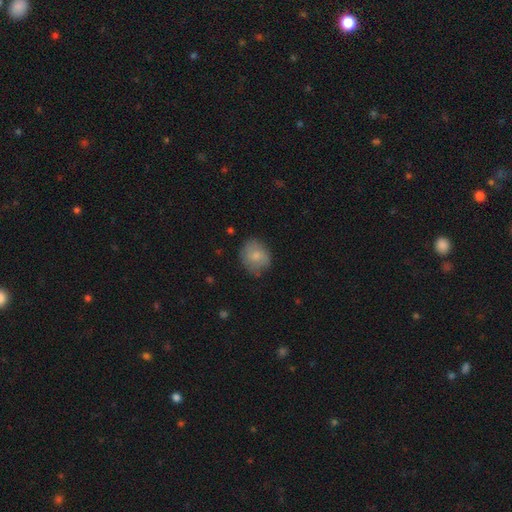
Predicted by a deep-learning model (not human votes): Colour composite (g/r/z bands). It shows a smooth galaxy with no disk features (75%) that is round (65%). Merging: none (74%).